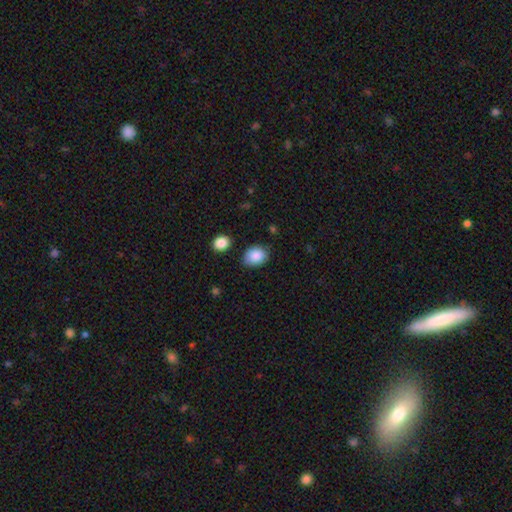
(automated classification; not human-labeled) This is clearly a smooth galaxy (87%). How rounded: possibly in between (57%). Merging: likely none (73%).